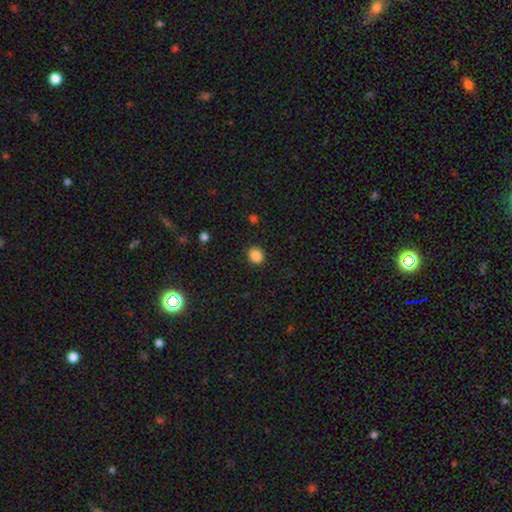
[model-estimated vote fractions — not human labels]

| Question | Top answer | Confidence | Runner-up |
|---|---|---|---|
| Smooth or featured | smooth | 87% | star or artifact (10%) |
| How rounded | round | 74% | in between (25%) |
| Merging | none | 90% | minor disturbance (6%) |